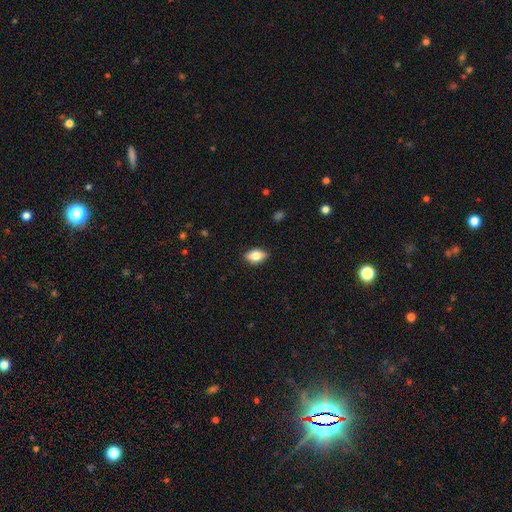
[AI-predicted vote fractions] Smooth or featured? smooth (78%)
How rounded? in between (87%)
Merging? none (87%)